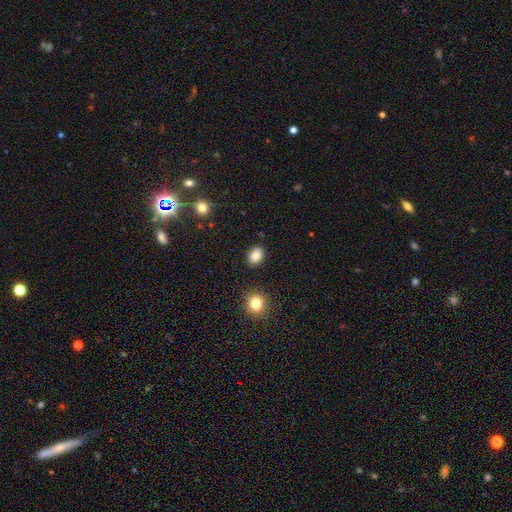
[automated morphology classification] Smooth or featured: smooth — 86% (star or artifact — 9%)
How rounded: in between — 66% (round — 33%)
Merging: none — 88% (minor disturbance — 8%)